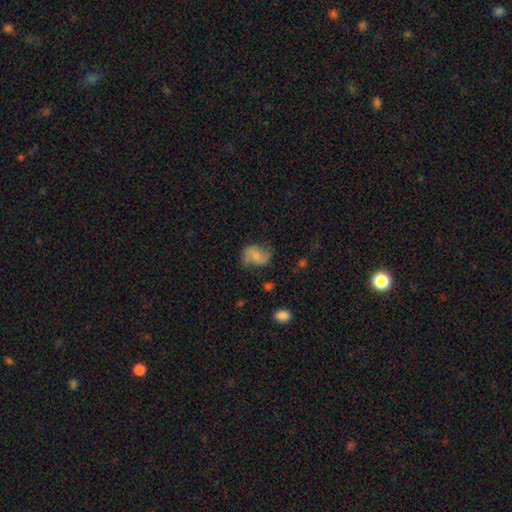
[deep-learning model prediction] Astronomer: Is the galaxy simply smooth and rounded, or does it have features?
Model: featured or disk — 47% (runner-up: smooth, 44%).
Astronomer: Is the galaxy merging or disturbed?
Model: none — 60%.